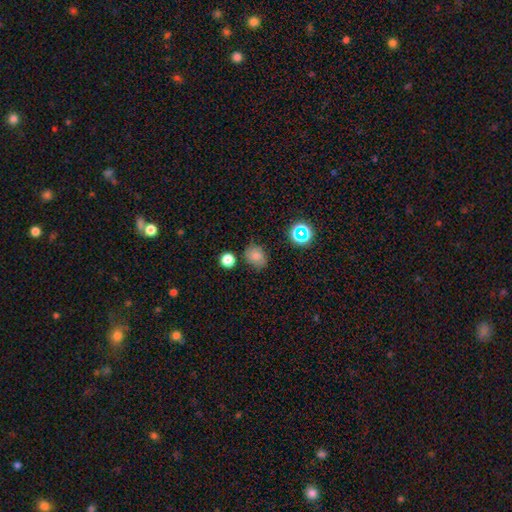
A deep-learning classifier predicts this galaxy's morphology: A smooth galaxy with no disk features (76%) that is round (54%).

Vote fractions:
- Smooth or featured? smooth: 76% / star or artifact: 14% / featured or disk: 10%
- How rounded? round: 54% / in between: 45% / cigar-shaped: 1%
- Merging? none: 72% / minor disturbance: 19% / major disturbance: 5% / merger: 4%